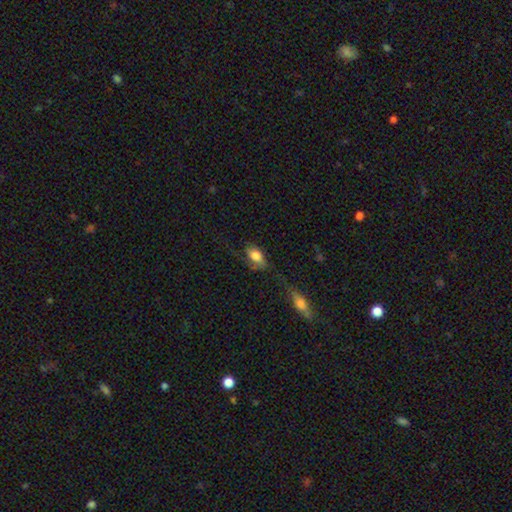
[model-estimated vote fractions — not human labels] The model was most divided on "merging": none: 40%, minor disturbance: 26%, major disturbance: 25%, merger: 9%. More confident: how rounded — in between (85%); smooth or featured — smooth (71%).